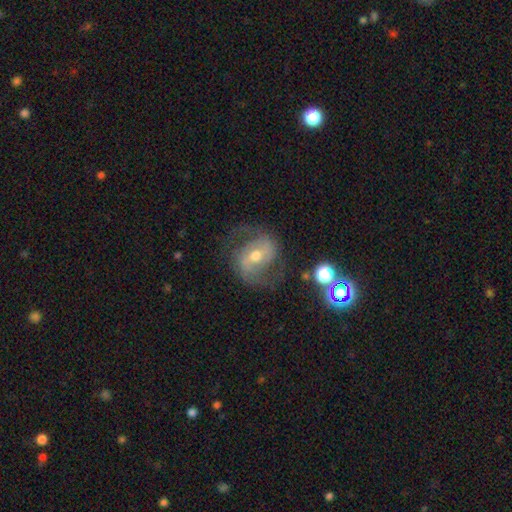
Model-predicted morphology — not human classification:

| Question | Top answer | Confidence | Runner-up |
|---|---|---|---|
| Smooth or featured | featured or disk | 82% | smooth (9%) |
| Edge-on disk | no | 97% | yes (3%) |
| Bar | weak | 43% | strong (31%) |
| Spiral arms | yes | 94% | no (6%) |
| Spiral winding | medium | 55% | loose (25%) |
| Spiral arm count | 2 | 90% | can't tell (5%) |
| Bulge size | moderate | 63% | small (32%) |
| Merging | none | 73% | minor disturbance (15%) |